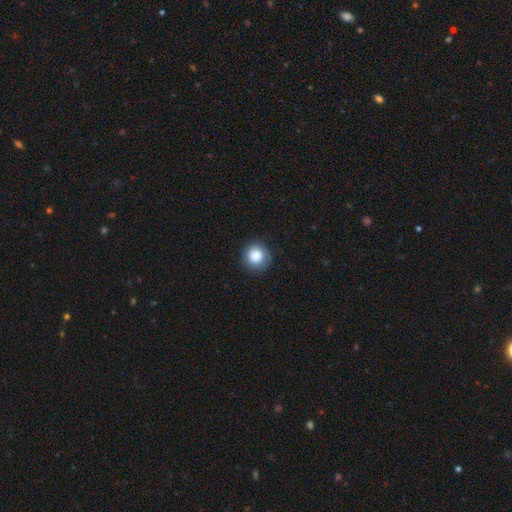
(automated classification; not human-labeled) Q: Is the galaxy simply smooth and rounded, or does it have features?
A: smooth — 86%.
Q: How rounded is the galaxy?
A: round — 93%.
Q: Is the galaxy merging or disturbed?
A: none — 81%.